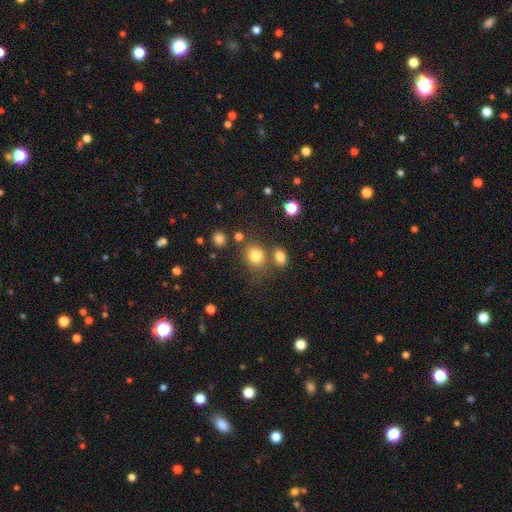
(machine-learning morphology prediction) type=smooth (78%); roundness=round (68%); merging=none (63%).